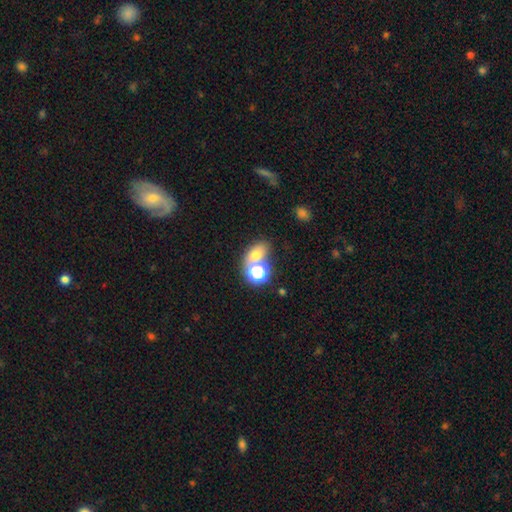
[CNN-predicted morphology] A smooth galaxy with no disk features (67%) that is in between round and cigar-shaped (61%). Merging: none (50%).